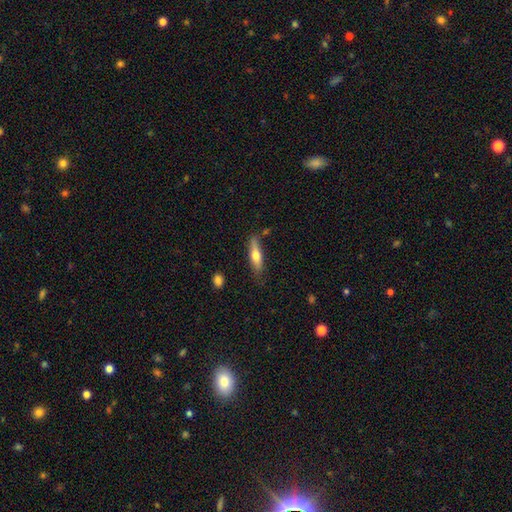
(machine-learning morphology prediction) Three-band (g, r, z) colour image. It shows a smooth galaxy with no disk features (63%) that is cigar-shaped (65%). Merging: none (72%).